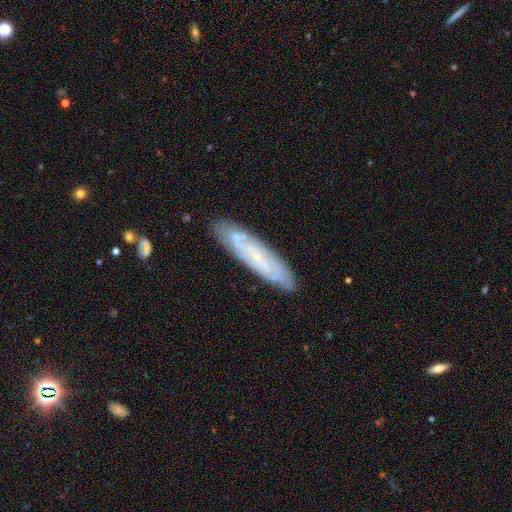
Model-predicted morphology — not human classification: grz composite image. It shows a featured or disk galaxy (68%). Merging: none (83%).